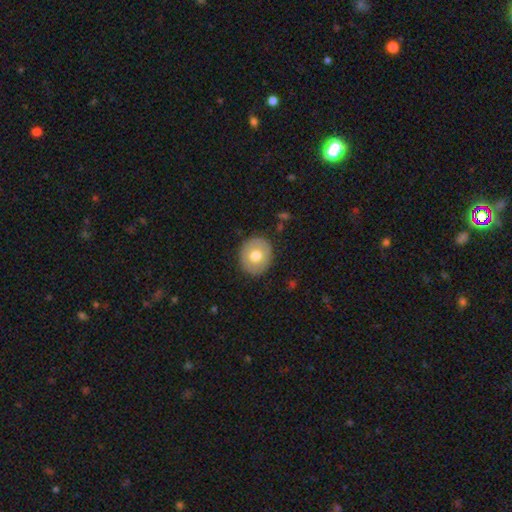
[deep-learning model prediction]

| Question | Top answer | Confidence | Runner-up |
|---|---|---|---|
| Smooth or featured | smooth | 69% | featured or disk (23%) |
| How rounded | round | 81% | in between (18%) |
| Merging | none | 89% | minor disturbance (8%) |